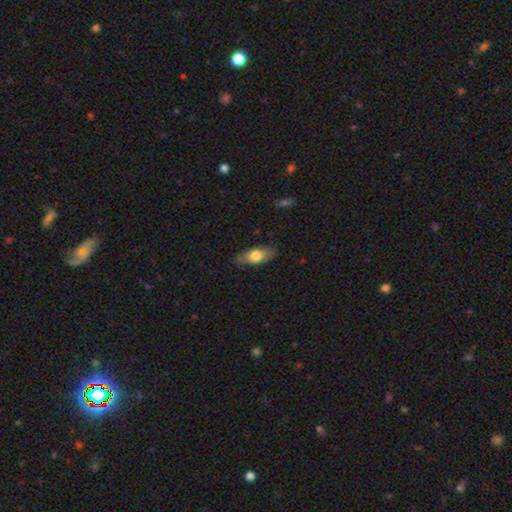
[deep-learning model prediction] The model was most divided on "smooth or featured": smooth: 65%, featured or disk: 29%, star or artifact: 6%. More confident: merging — none (82%); how rounded — in between (75%).